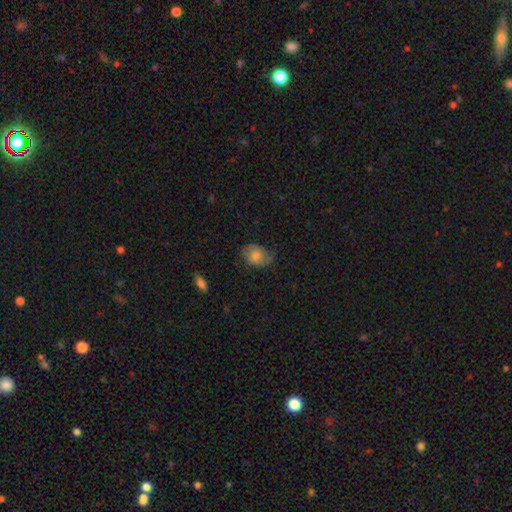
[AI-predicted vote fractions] Smooth or featured? smooth (71%)
How rounded? in between (70%)
Merging? none (61%)